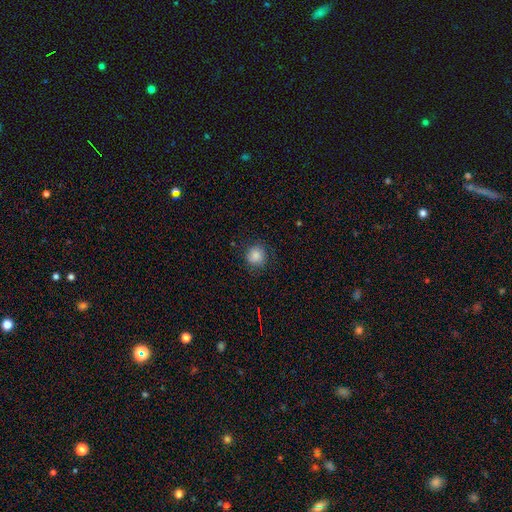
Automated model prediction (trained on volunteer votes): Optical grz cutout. It shows a smooth galaxy with no disk features (84%) that is round (89%). Merging: none (81%).